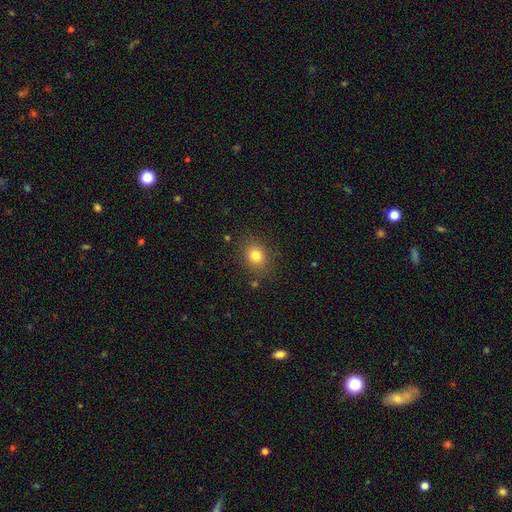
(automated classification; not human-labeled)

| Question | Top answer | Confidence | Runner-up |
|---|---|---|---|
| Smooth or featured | smooth | 80% | star or artifact (12%) |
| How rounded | round | 60% | in between (39%) |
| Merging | none | 85% | minor disturbance (10%) |